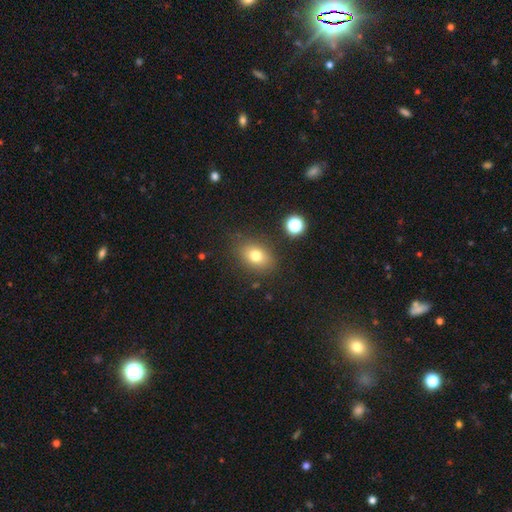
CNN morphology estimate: This is likely a smooth galaxy (76%). How rounded: likely in between (69%). Merging: clearly none (80%).